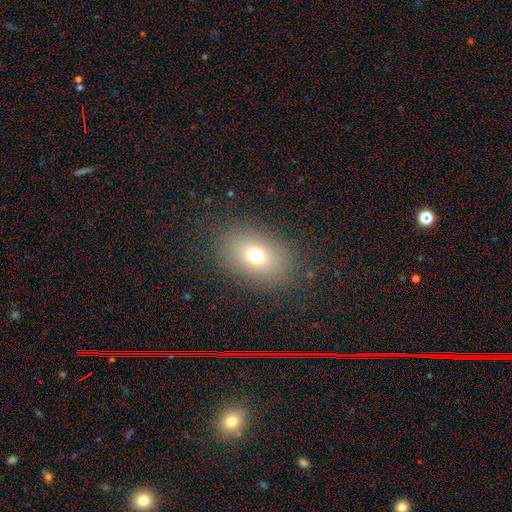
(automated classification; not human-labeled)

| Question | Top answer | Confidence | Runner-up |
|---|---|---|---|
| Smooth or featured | smooth | 71% | star or artifact (15%) |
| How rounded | in between | 75% | round (24%) |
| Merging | none | 85% | minor disturbance (10%) |